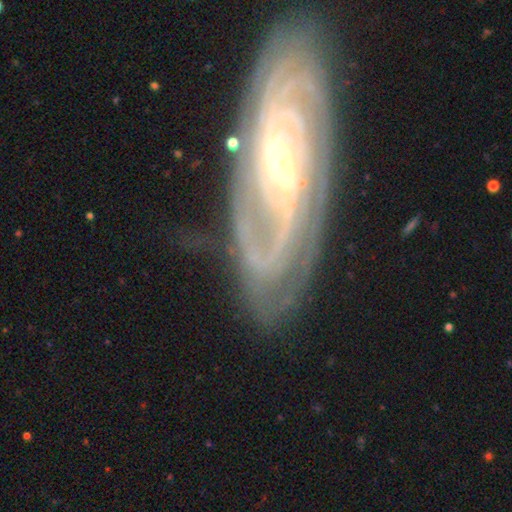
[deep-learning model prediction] This is likely a featured or disk galaxy (73%). It is clearly not viewed edge-on (89%). Bar: marginally no (39%). Spiral arm pattern: clearly yes (82%). Spiral arm count: marginally 2 (40%). Spiral winding: possibly tight (53%). Central bulge: marginally small (42%). Merging: possibly none (57%).